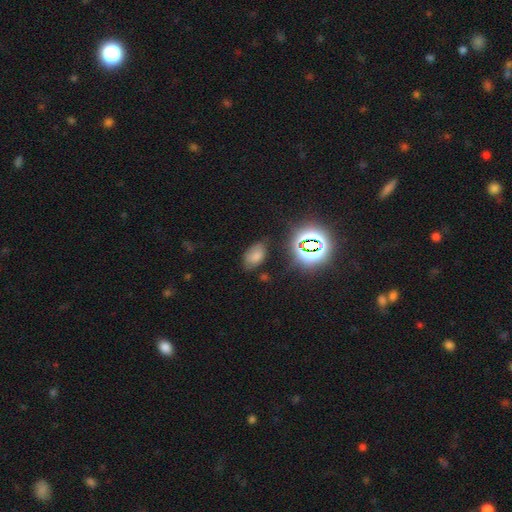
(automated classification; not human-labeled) Morphology: type=smooth (66%); roundness=in between (91%); merging=none (68%).